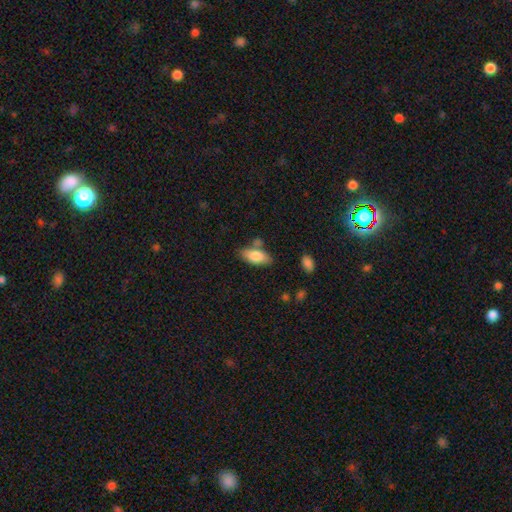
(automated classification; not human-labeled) Morphology: type=smooth (81%); roundness=in between (88%); merging=none (67%).